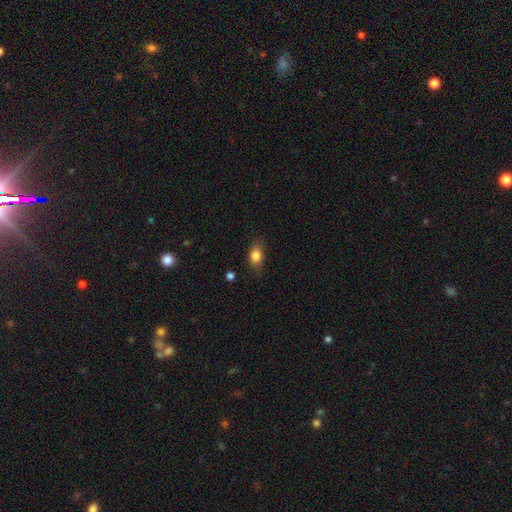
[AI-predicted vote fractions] The model was most divided on "merging": none: 76%, minor disturbance: 18%, major disturbance: 5%, merger: 1%. More confident: smooth or featured — smooth (83%); how rounded — in between (77%).